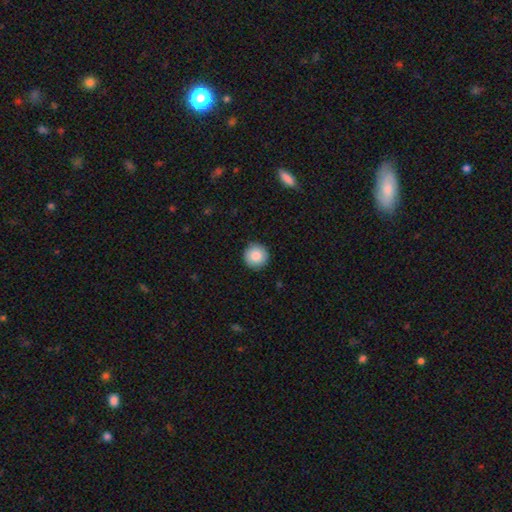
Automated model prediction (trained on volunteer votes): This is clearly a smooth galaxy (87%). How rounded: clearly round (96%). Merging: clearly none (92%).